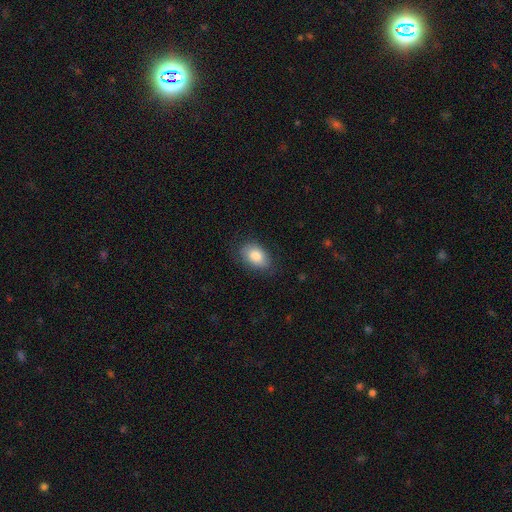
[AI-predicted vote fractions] smooth-or-featured: smooth: 83% | featured or disk: 10% | star or artifact: 7%
  how-rounded: in between: 87% | round: 12% | cigar-shaped: 1%
  merging: none: 80% | minor disturbance: 15% | major disturbance: 4% | merger: 1%